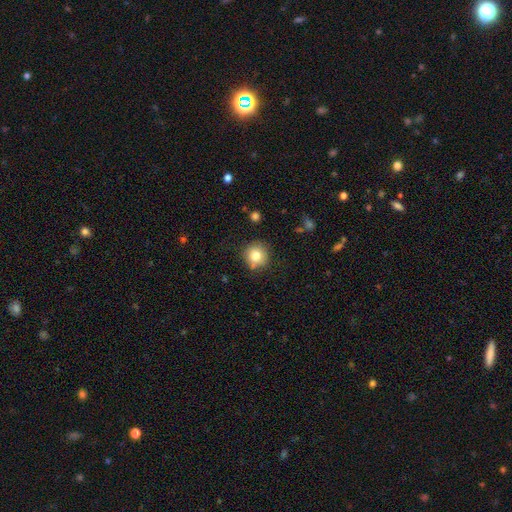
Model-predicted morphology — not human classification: smooth_or_featured: smooth (p=0.80) [alt: star or artifact p=0.11]
how_rounded: round (p=0.92) [alt: in between p=0.07]
merging: none (p=0.81) [alt: minor disturbance p=0.11]